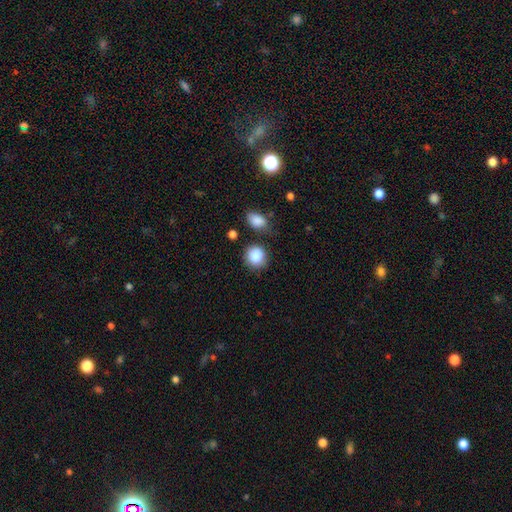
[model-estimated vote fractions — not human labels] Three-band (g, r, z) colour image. It shows a smooth galaxy with no disk features (88%) that is round (84%). Merging: none (77%).